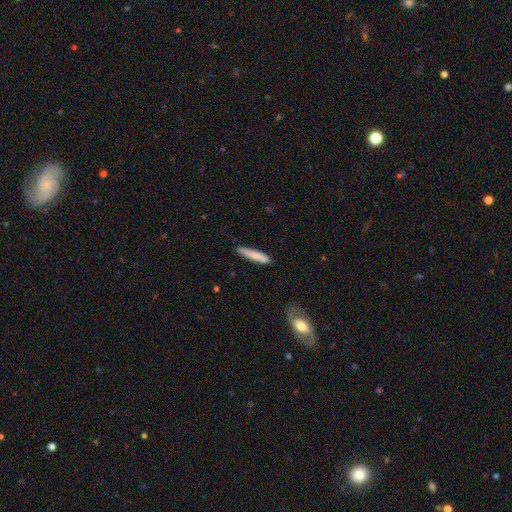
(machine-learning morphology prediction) smooth 80%, featured or disk 14%, star or artifact 6%. Down the decision tree: how rounded — cigar-shaped (91%); merging — none (85%).